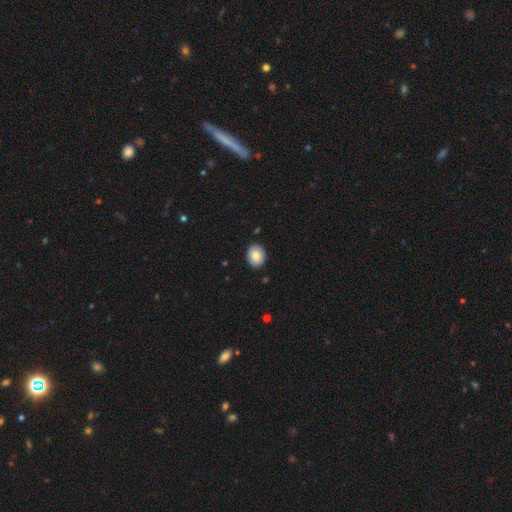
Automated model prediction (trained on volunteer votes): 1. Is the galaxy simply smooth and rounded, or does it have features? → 86% smooth, 8% star or artifact, 7% featured or disk.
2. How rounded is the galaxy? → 51% round, 48% in between, 1% cigar-shaped.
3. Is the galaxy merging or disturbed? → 90% none, 7% minor disturbance, 2% major disturbance, 1% merger.